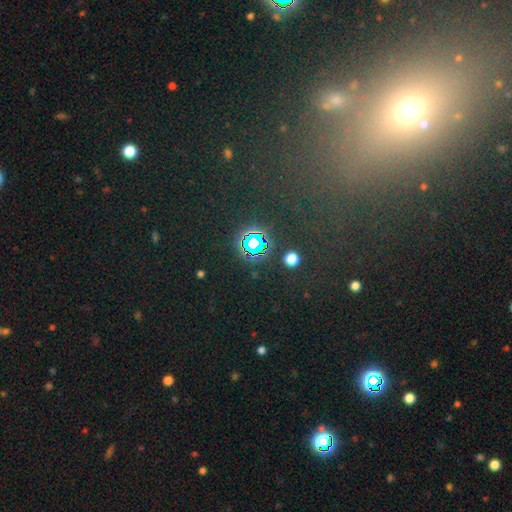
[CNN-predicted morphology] This is possibly a star or artifact rather than a galaxy (55%).